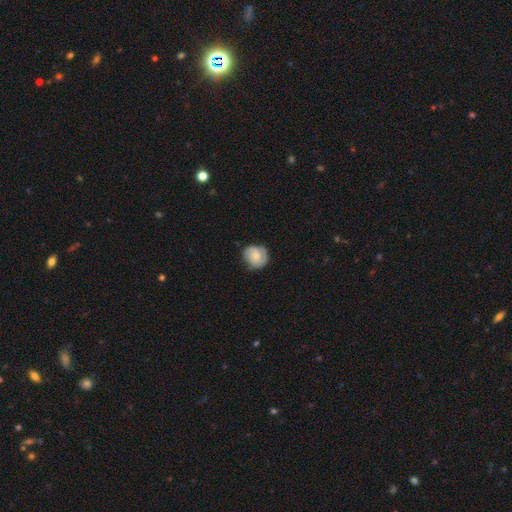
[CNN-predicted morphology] Smooth or featured: smooth — 53% (featured or disk — 40%)
How rounded: round — 76% (in between — 23%)
Merging: none — 70% (minor disturbance — 24%)